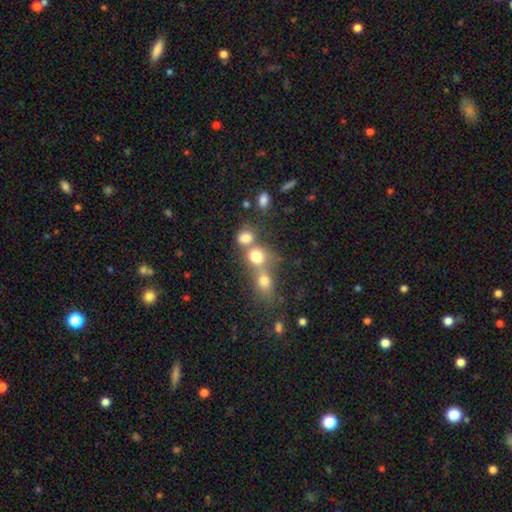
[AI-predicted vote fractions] A smooth galaxy with no disk features (74%) that is round (61%). Merging: merger (56%).